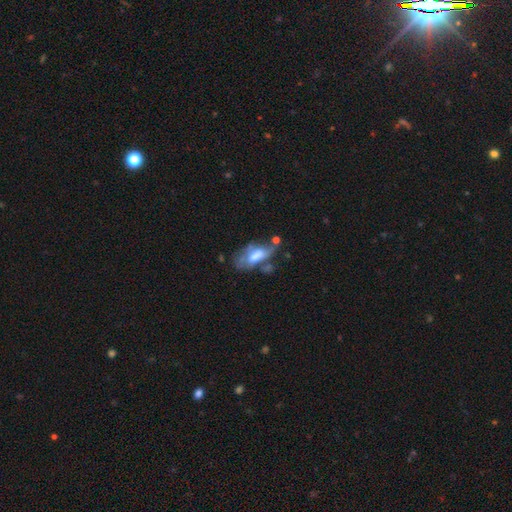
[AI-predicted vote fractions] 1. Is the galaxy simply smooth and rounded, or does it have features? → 47% featured or disk, 44% smooth, 8% star or artifact.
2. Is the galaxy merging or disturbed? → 31% none, 25% major disturbance, 24% minor disturbance, 20% merger.